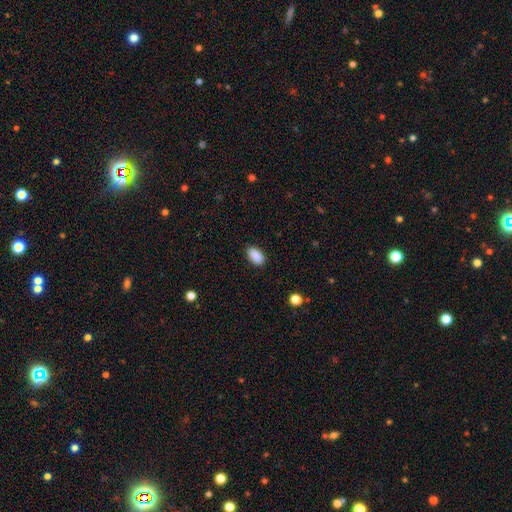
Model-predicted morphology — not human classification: A smooth galaxy with no disk features (90%) that is in between round and cigar-shaped (94%). Merging: none (88%).